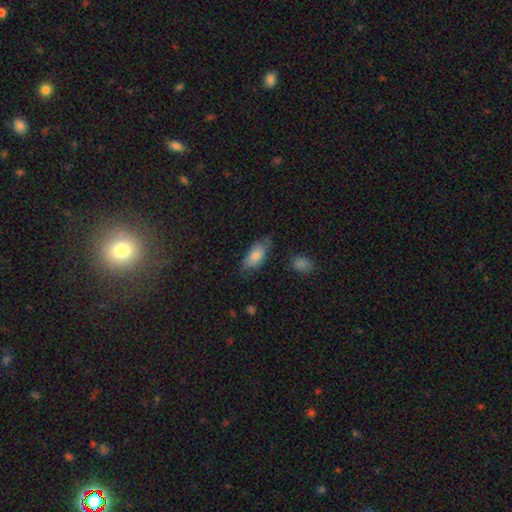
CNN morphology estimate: smooth_or_featured: smooth (p=0.71) [alt: featured or disk p=0.22]
how_rounded: in between (p=0.88) [alt: cigar-shaped p=0.09]
merging: none (p=0.63) [alt: minor disturbance p=0.27]